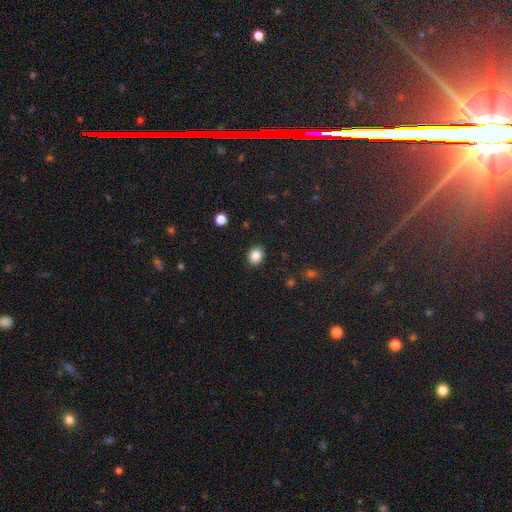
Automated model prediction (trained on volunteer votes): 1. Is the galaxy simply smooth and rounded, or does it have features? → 86% smooth, 10% star or artifact, 4% featured or disk.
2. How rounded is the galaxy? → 51% in between, 48% round, 1% cigar-shaped.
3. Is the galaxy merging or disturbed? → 89% none, 8% minor disturbance, 2% major disturbance, 1% merger.